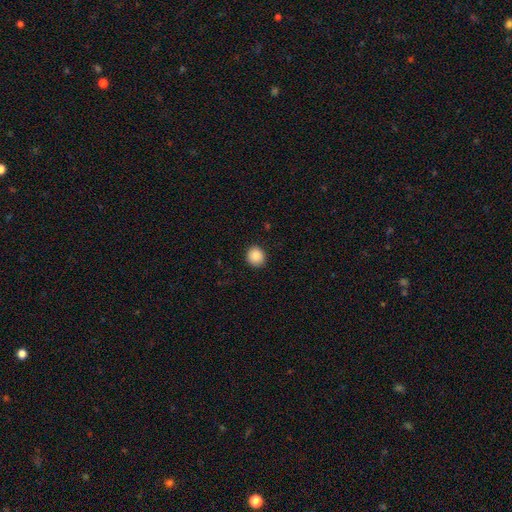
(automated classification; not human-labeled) Q: Smooth or featured?
A: smooth (88%); runner-up: star or artifact (9%)
Q: How rounded?
A: round (86%); runner-up: in between (13%)
Q: Merging?
A: none (90%); runner-up: minor disturbance (7%)